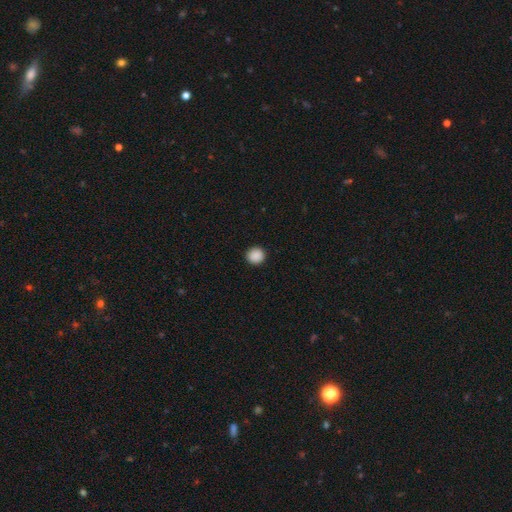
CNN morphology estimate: Q: Smooth or featured?
A: smooth (89%); runner-up: star or artifact (9%)
Q: How rounded?
A: round (94%); runner-up: in between (5%)
Q: Merging?
A: none (93%); runner-up: minor disturbance (4%)